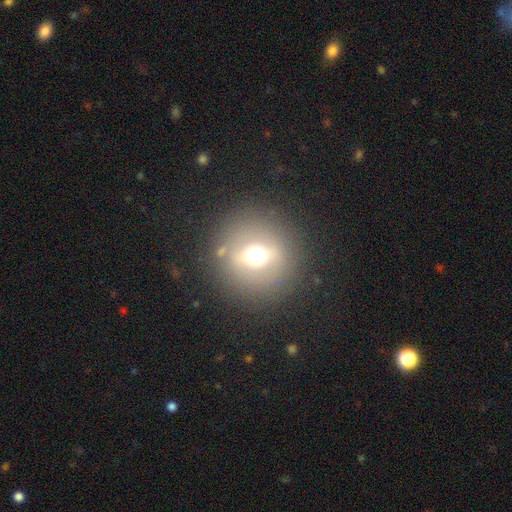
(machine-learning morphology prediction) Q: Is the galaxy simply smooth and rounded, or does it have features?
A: smooth — 54%.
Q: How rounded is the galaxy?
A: round — 93%.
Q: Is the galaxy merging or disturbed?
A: none — 84%.